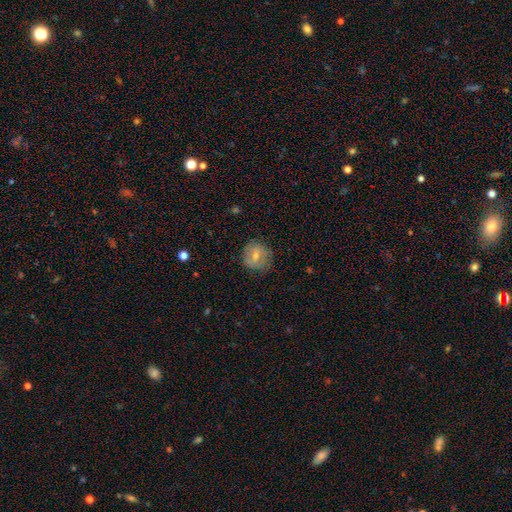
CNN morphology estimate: A smooth galaxy with no disk features (64%) that is round (82%). Merging: none (78%).